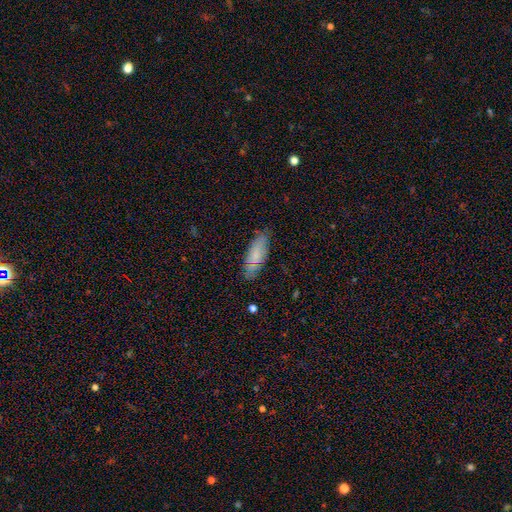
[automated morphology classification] Smooth or featured? Predicted: smooth (p=0.72). How rounded? Predicted: in between (p=0.64). Merging? Predicted: none (p=0.80).